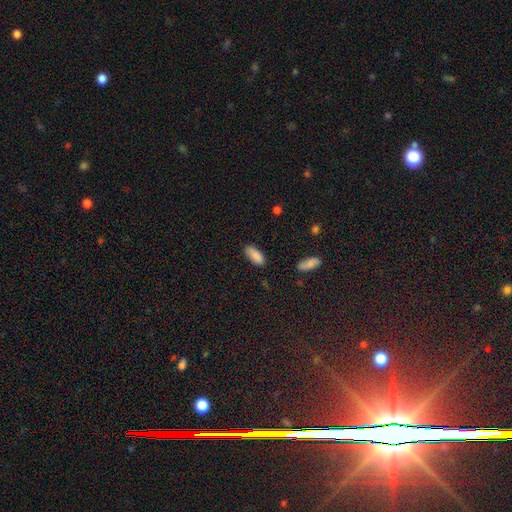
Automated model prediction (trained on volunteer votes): A smooth galaxy with no disk features (87%) that is in between round and cigar-shaped (79%).

Vote fractions:
- Smooth or featured? smooth: 87% / star or artifact: 7% / featured or disk: 5%
- How rounded? in between: 79% / cigar-shaped: 19% / round: 2%
- Merging? none: 80% / minor disturbance: 15% / major disturbance: 3% / merger: 2%